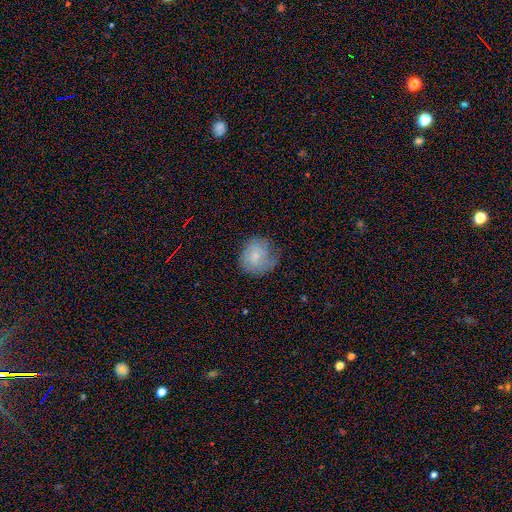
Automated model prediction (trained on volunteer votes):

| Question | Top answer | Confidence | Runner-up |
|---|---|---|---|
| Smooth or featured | smooth | 68% | featured or disk (24%) |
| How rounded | round | 81% | in between (18%) |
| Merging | none | 57% | minor disturbance (29%) |